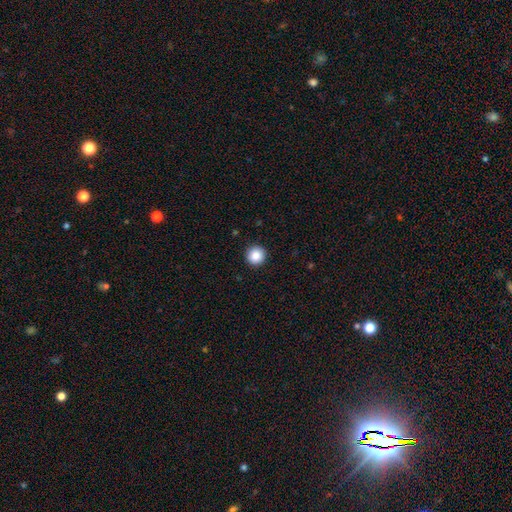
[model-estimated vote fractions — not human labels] smooth 87%, star or artifact 9%, featured or disk 4%. Down the decision tree: how rounded — round (96%); merging — none (93%).